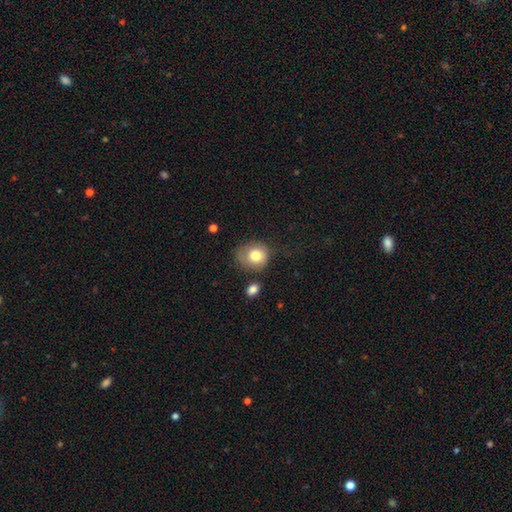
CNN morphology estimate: Smooth or featured: smooth — 76% (featured or disk — 15%)
How rounded: round — 70% (in between — 30%)
Merging: none — 51% (minor disturbance — 29%)